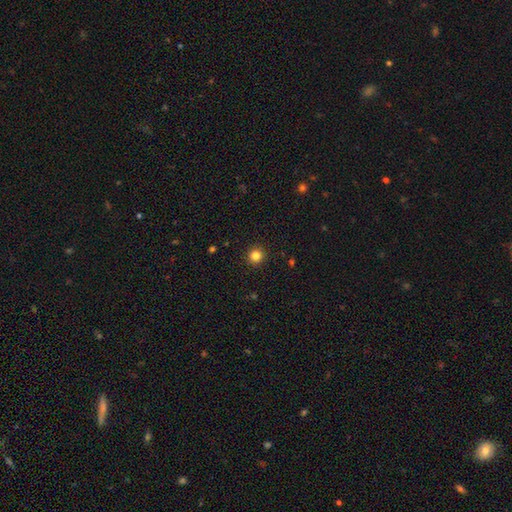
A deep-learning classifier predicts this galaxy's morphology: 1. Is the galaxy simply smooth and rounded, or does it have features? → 83% smooth, 13% star or artifact, 4% featured or disk.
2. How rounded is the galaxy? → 95% round, 4% in between, 1% cigar-shaped.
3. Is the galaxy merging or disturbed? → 93% none, 5% minor disturbance, 2% major disturbance, 1% merger.